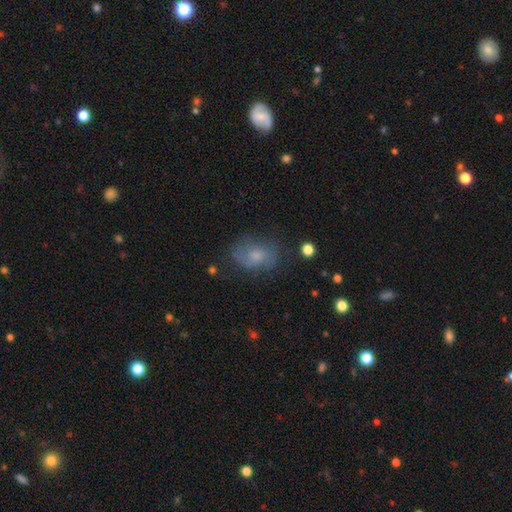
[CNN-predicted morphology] Smooth or featured? Predicted: smooth (p=0.56). How rounded? Predicted: in between (p=0.71). Merging? Predicted: none (p=0.61).